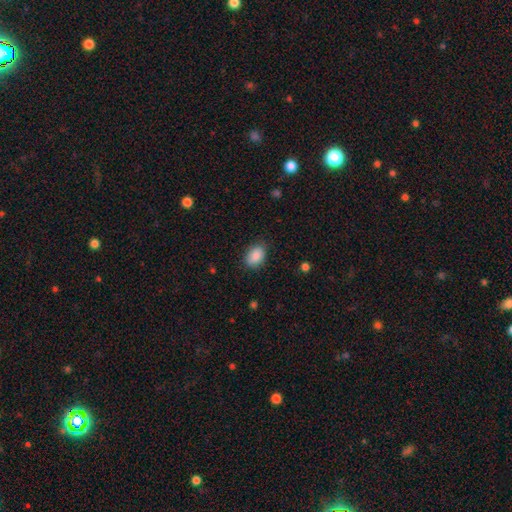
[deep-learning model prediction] Morphology: type=smooth (88%); roundness=in between (81%); merging=none (82%).